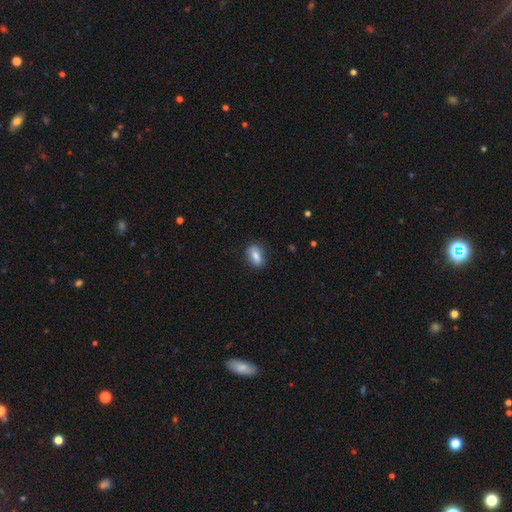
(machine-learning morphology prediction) type=smooth (82%); roundness=in between (85%); merging=none (79%).